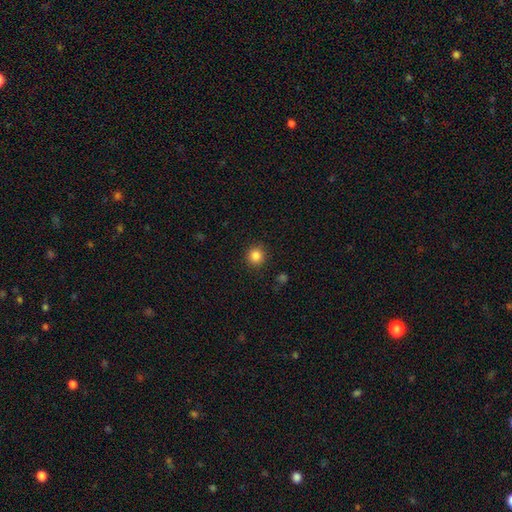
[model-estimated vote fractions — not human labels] smooth_or_featured: smooth (p=0.85) [alt: star or artifact p=0.11]
how_rounded: round (p=0.93) [alt: in between p=0.06]
merging: none (p=0.91) [alt: minor disturbance p=0.06]